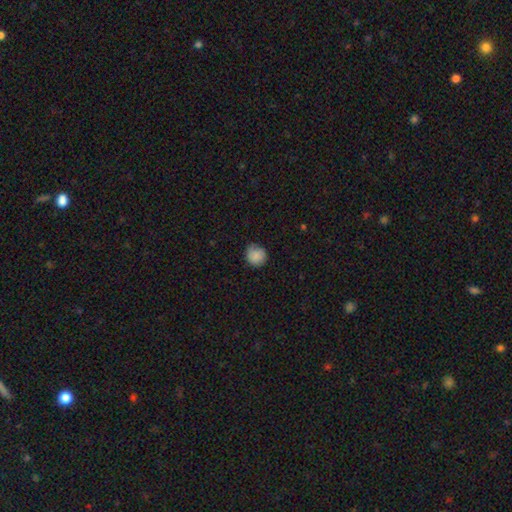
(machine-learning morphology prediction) Smooth or featured?
  - smooth: 85% *
  - star or artifact: 8%
  - featured or disk: 7%
How rounded?
  - round: 89% *
  - in between: 10%
  - cigar-shaped: 1%
Merging?
  - none: 72% *
  - minor disturbance: 23%
  - major disturbance: 4%
  - merger: 1%